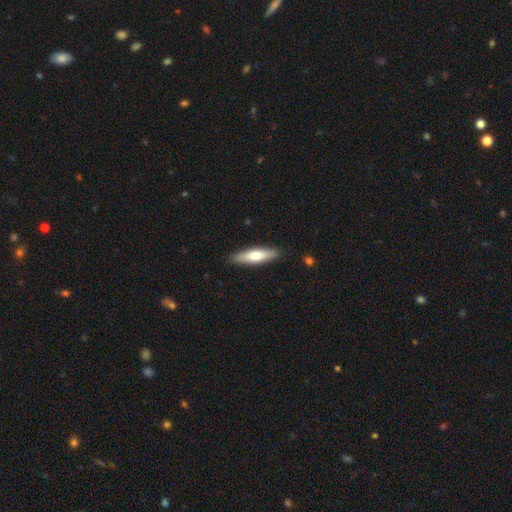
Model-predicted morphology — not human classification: This is likely a smooth galaxy (64%). How rounded: likely cigar-shaped (72%). Merging: clearly none (89%).